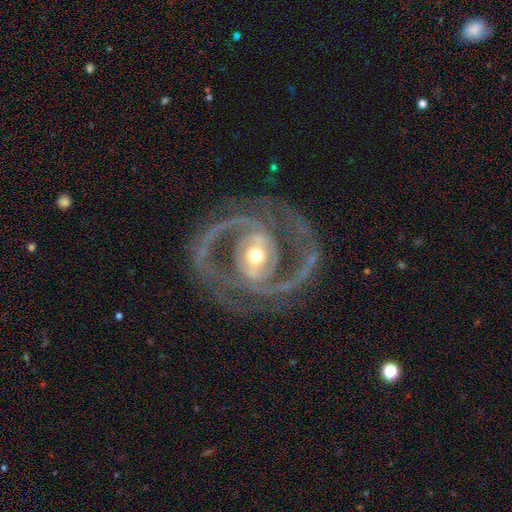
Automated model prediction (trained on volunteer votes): A featured or disk galaxy (92%) with a weak bar (35%), 2 (80%) medium (55%) spiral arms (97%) and a moderate central bulge (63%).

Vote fractions:
- Smooth or featured? featured or disk: 92% / star or artifact: 4% / smooth: 4%
- Edge-on disk? no: 98% / yes: 2%
- Bar? weak: 35% / strong: 34% / no: 31%
- Spiral arms? yes: 97% / no: 3%
- Spiral winding? medium: 55% / tight: 28% / loose: 17%
- Spiral arm count? 2: 80% / 3: 7% / can't tell: 4% / 1: 3% / 4: 3% / more than 4: 3%
- Bulge size? moderate: 63% / small: 24% / large: 10% / dominant: 1% / none: 1%
- Merging? none: 75% / minor disturbance: 12% / major disturbance: 11% / merger: 2%